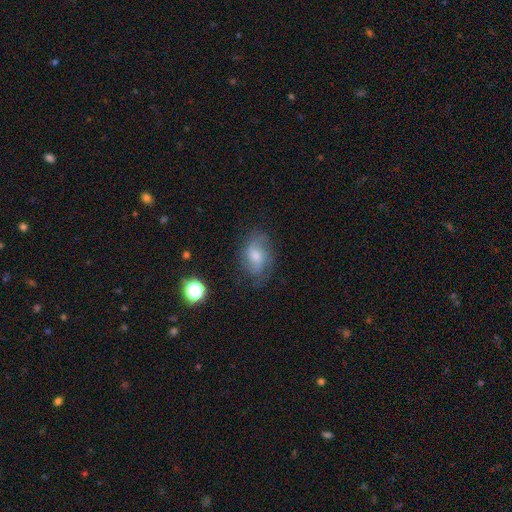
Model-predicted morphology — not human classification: Smooth or featured? featured or disk (46%)
Merging? none (64%)